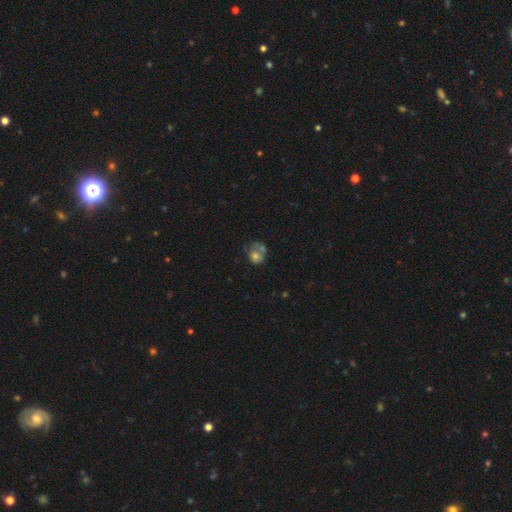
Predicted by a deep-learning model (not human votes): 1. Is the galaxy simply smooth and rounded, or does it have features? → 57% smooth, 30% featured or disk, 13% star or artifact.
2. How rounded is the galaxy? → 64% round, 35% in between, 1% cigar-shaped.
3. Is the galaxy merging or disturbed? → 35% merger, 31% none, 18% major disturbance, 17% minor disturbance.